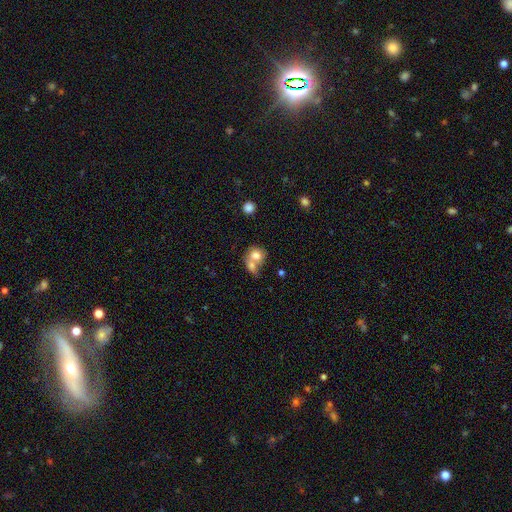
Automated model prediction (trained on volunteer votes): smooth_or_featured: smooth (p=0.73) [alt: featured or disk p=0.18]
how_rounded: round (p=0.63) [alt: in between p=0.36]
merging: merger (p=0.65) [alt: none p=0.22]